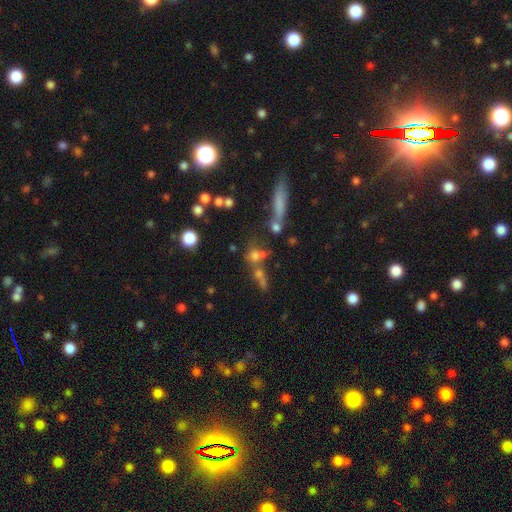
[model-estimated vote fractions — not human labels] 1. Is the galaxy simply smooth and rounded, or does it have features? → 62% smooth, 19% star or artifact, 19% featured or disk.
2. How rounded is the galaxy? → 60% round, 28% in between, 13% cigar-shaped.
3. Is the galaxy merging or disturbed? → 44% none, 36% merger, 11% minor disturbance, 9% major disturbance.